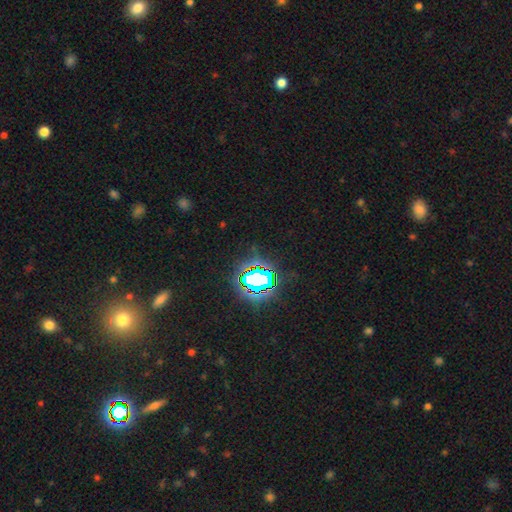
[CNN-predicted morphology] Overall: star or artifact (80%).